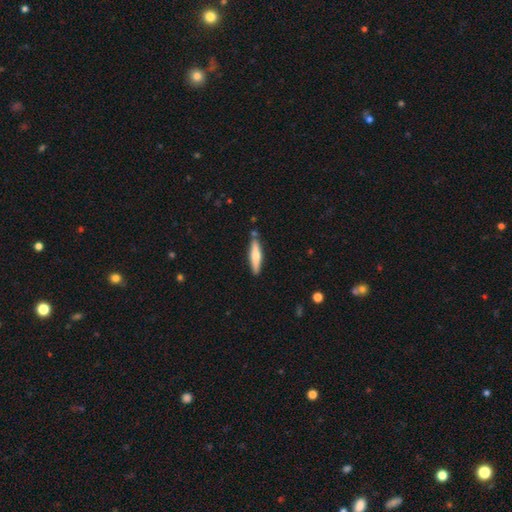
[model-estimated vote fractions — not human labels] A smooth galaxy with no disk features (56%) that is cigar-shaped (82%).

Vote fractions:
- Smooth or featured? smooth: 56% / featured or disk: 39% / star or artifact: 5%
- How rounded? cigar-shaped: 82% / in between: 16% / round: 2%
- Merging? none: 84% / minor disturbance: 10% / merger: 4% / major disturbance: 2%